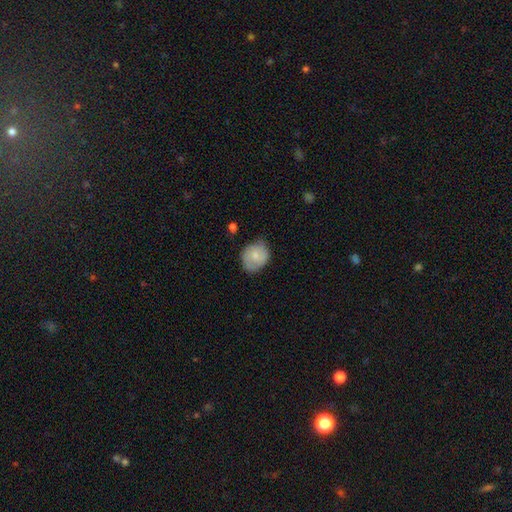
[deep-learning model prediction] smooth 67%, featured or disk 27%, star or artifact 6%. Down the decision tree: how rounded — round (63%); merging — none (63%).